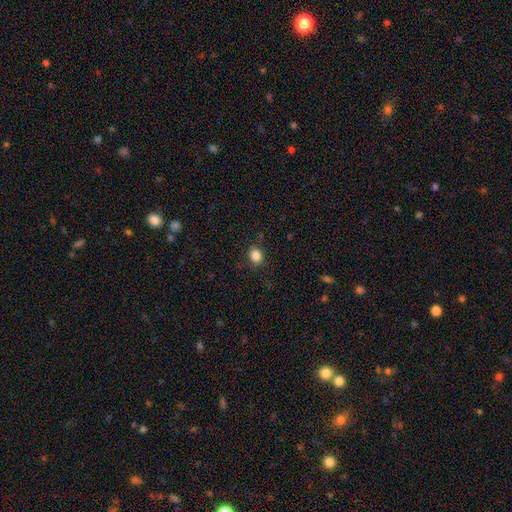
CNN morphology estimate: Smooth or featured? smooth (85%)
How rounded? round (59%)
Merging? none (86%)